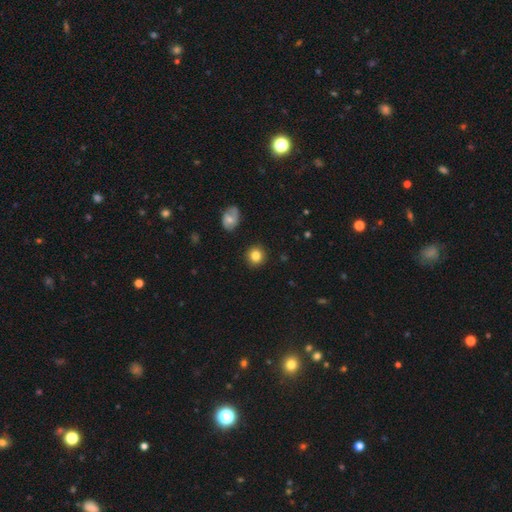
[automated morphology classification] Smooth or featured?
  - smooth: 83% *
  - star or artifact: 9%
  - featured or disk: 7%
How rounded?
  - round: 91% *
  - in between: 8%
  - cigar-shaped: 1%
Merging?
  - none: 90% *
  - minor disturbance: 6%
  - major disturbance: 2%
  - merger: 2%